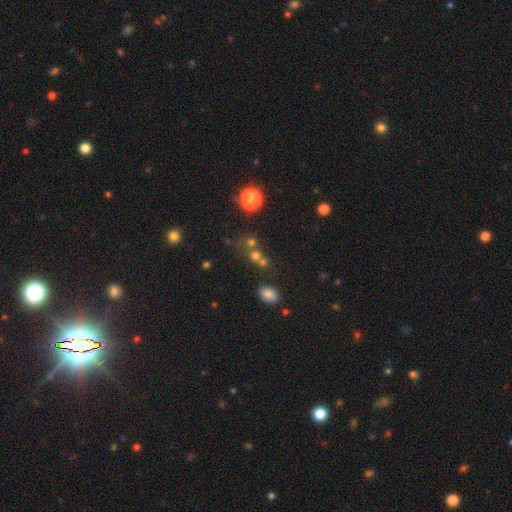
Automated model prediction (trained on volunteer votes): The model was most divided on "merging": none: 50%, merger: 37%, minor disturbance: 8%, major disturbance: 5%. More confident: how rounded — round (76%); smooth or featured — smooth (53%).